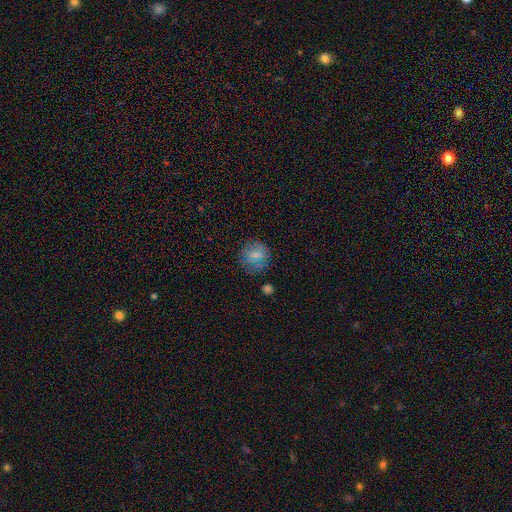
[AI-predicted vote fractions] Smooth or featured? Predicted: smooth (p=0.67). How rounded? Predicted: round (p=0.89). Merging? Predicted: none (p=0.84).